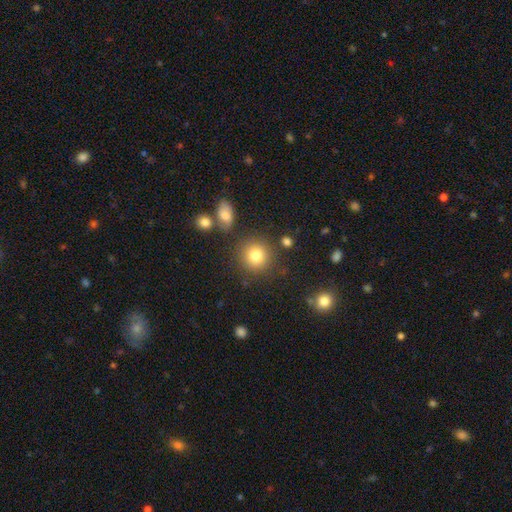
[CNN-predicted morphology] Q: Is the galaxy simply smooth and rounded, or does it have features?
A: smooth — 82%.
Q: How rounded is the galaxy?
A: round — 90%.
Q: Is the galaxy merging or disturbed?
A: none — 83%.